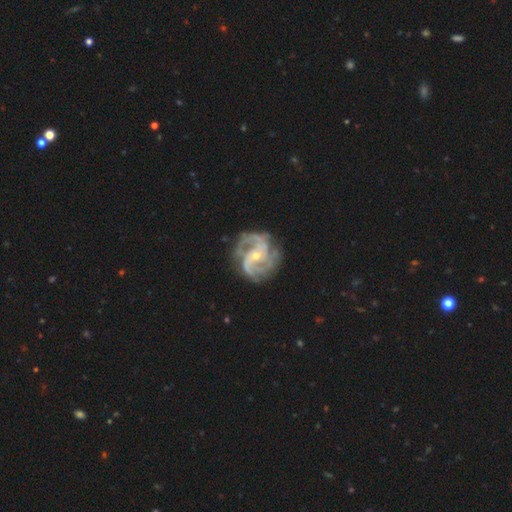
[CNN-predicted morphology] This appears to be a featured or disk galaxy (91%) with no bar (50%), 2 (42%) medium (49%) spiral arms (98%) and a small central bulge (66%). Merging: none (70%).